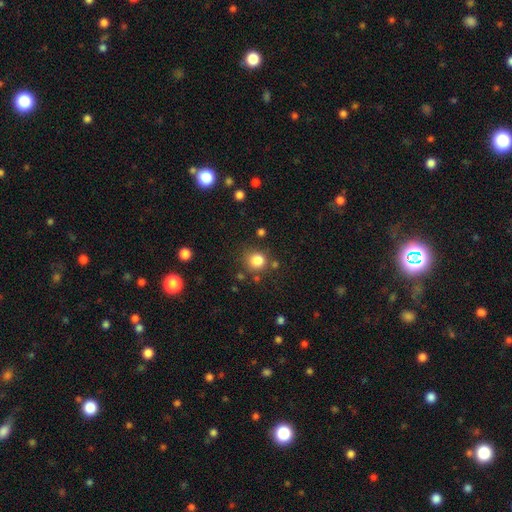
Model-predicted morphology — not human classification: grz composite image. It shows a star or artifact, not a galaxy (50%).